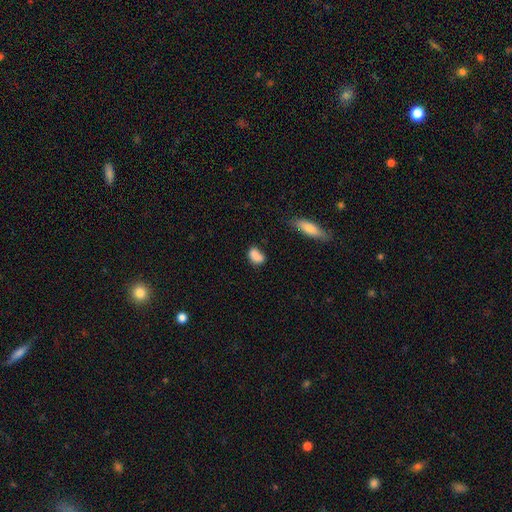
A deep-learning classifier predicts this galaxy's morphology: Smooth or featured: smooth — 84% (star or artifact — 9%)
How rounded: in between — 82% (round — 14%)
Merging: none — 57% (minor disturbance — 26%)